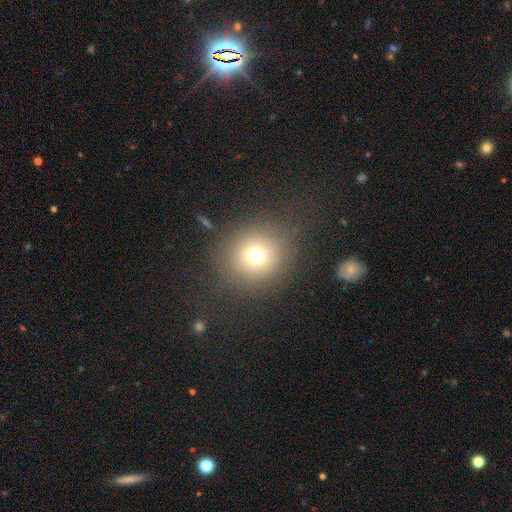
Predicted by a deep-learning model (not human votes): Q: Smooth or featured?
A: smooth (71%); runner-up: star or artifact (19%)
Q: How rounded?
A: round (90%); runner-up: in between (9%)
Q: Merging?
A: none (82%); runner-up: minor disturbance (9%)